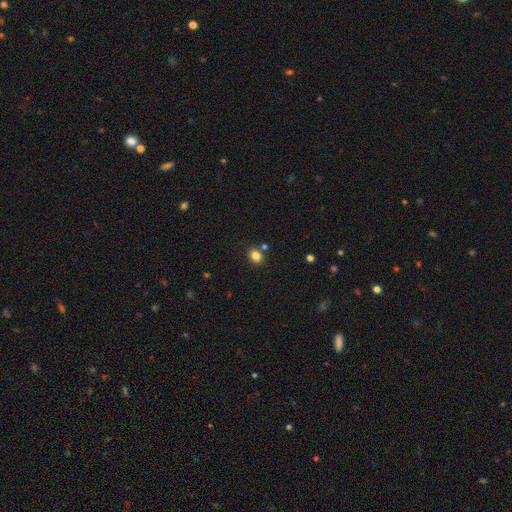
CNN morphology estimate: Smooth or featured: smooth — 83% (star or artifact — 11%)
How rounded: round — 50% (in between — 49%)
Merging: none — 79% (minor disturbance — 10%)